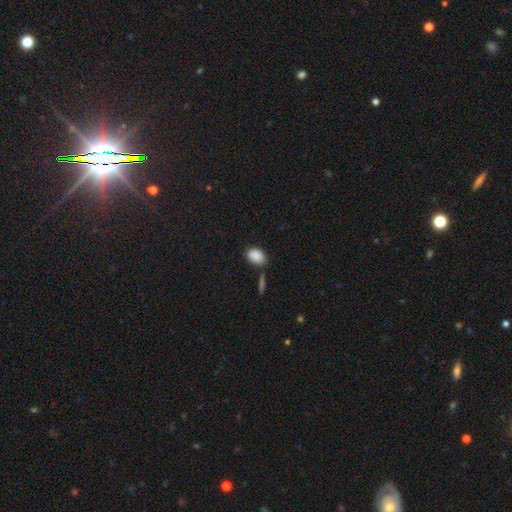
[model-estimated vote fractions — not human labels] smooth_or_featured: smooth (p=0.87) [alt: star or artifact p=0.08]
how_rounded: in between (p=0.82) [alt: round p=0.17]
merging: none (p=0.70) [alt: minor disturbance p=0.17]